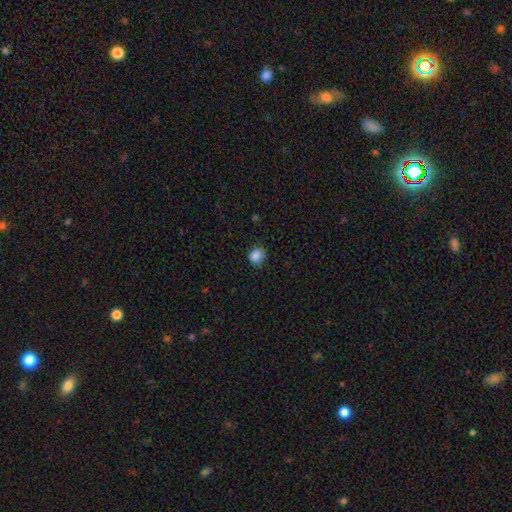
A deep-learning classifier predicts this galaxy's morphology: The model was most divided on "how rounded": round: 61%, in between: 38%, cigar-shaped: 1%. More confident: smooth or featured — smooth (86%); merging — none (76%).